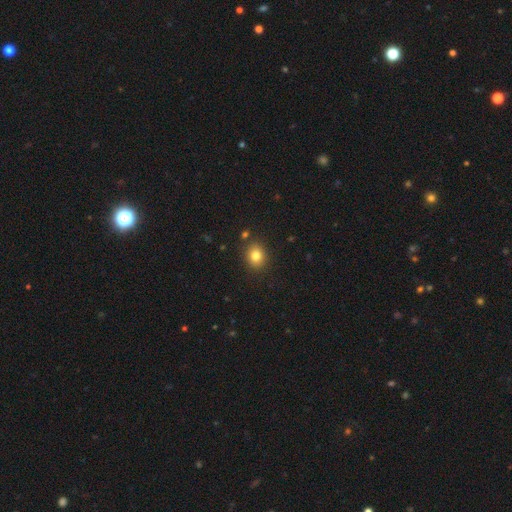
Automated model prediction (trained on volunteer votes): This is clearly a smooth galaxy (81%). How rounded: likely round (60%). Merging: clearly none (85%).